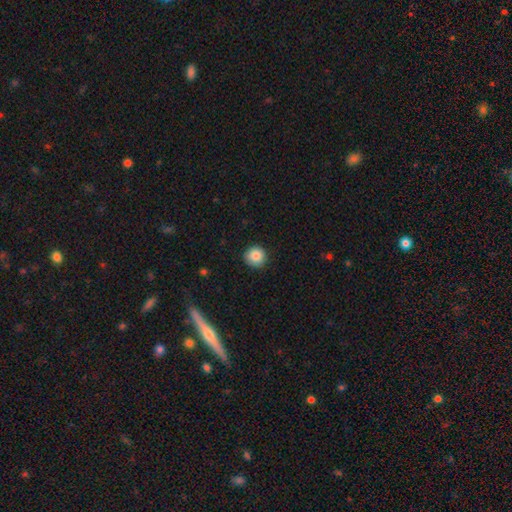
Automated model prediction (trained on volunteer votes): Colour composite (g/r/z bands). It shows a smooth galaxy with no disk features (86%) that is round (94%). Merging: none (89%).